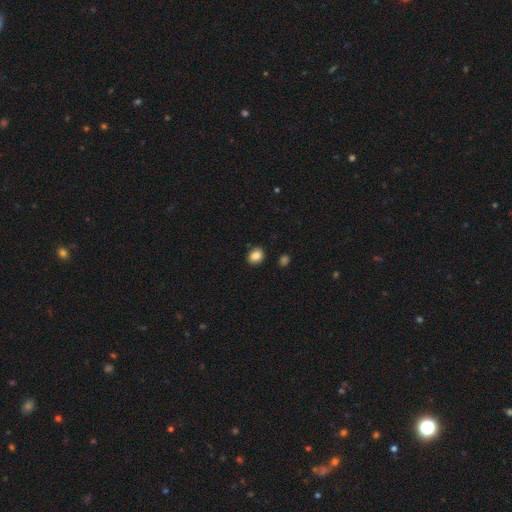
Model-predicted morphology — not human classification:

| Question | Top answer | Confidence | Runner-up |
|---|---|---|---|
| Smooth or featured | smooth | 85% | star or artifact (9%) |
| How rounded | round | 55% | in between (44%) |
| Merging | none | 89% | minor disturbance (8%) |